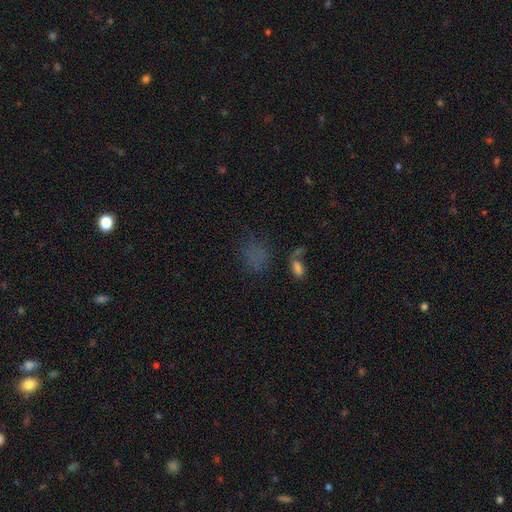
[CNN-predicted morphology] Overall: smooth (57%; star or artifact 29%). How rounded: in between (58%; round 38%). Merging: none (49%; major disturbance 21%).